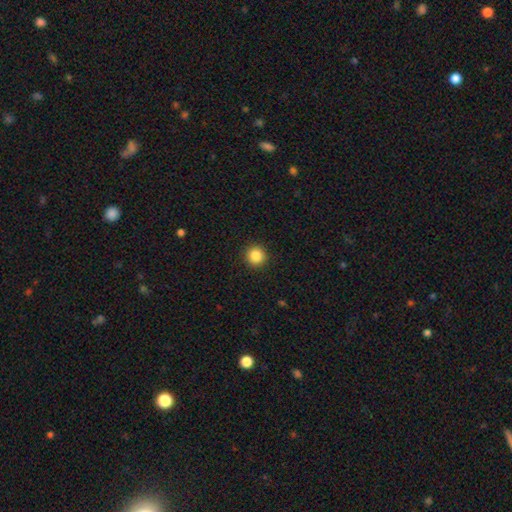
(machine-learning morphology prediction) Smooth or featured: smooth — 86% (star or artifact — 10%)
How rounded: round — 95% (in between — 4%)
Merging: none — 92% (minor disturbance — 5%)